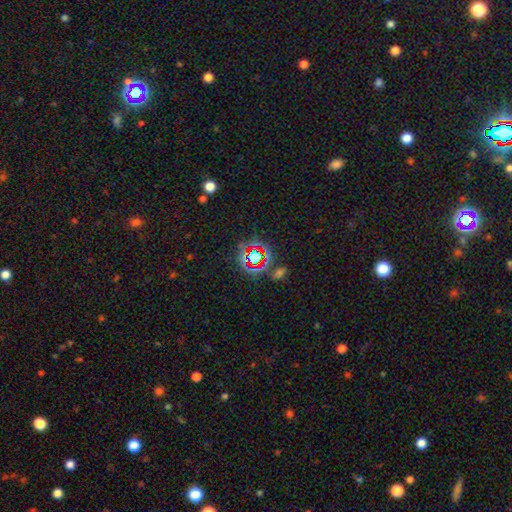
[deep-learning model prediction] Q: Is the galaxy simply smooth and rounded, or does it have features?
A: star or artifact — 67%.